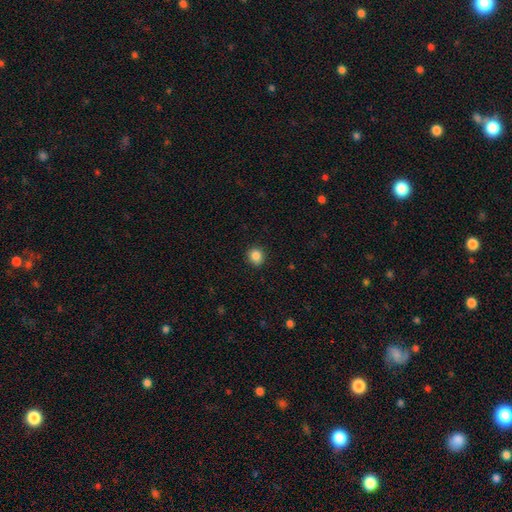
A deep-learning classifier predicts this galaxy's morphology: A smooth galaxy with no disk features (86%) that is round (83%).

Vote fractions:
- Smooth or featured? smooth: 86% / star or artifact: 10% / featured or disk: 4%
- How rounded? round: 83% / in between: 16% / cigar-shaped: 1%
- Merging? none: 90% / minor disturbance: 7% / major disturbance: 2% / merger: 1%